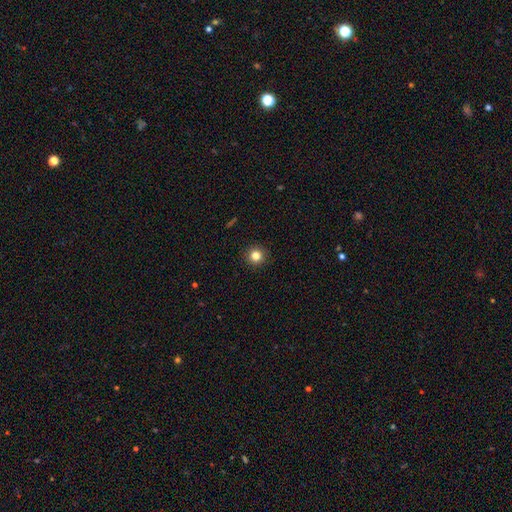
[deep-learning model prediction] This is clearly a smooth galaxy (82%). How rounded: clearly round (95%). Merging: clearly none (93%).